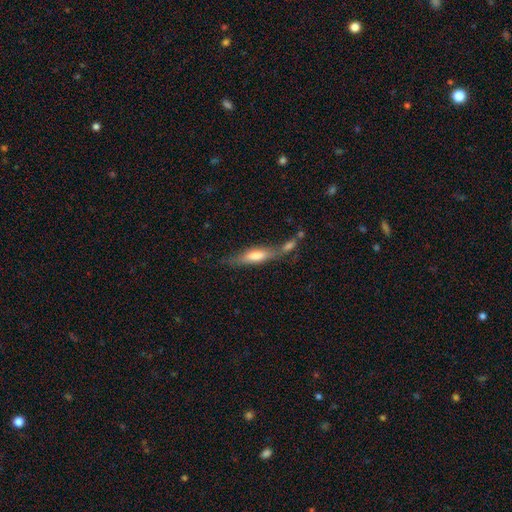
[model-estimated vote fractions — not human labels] smooth-or-featured: smooth: 58% | featured or disk: 35% | star or artifact: 7%
  how-rounded: cigar-shaped: 62% | in between: 36% | round: 2%
  merging: none: 42% | merger: 33% | minor disturbance: 16% | major disturbance: 9%